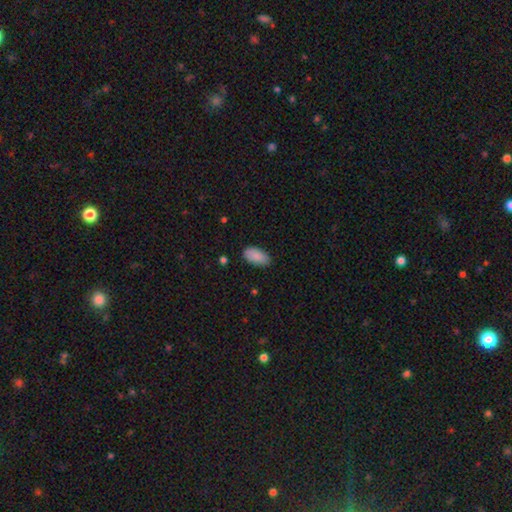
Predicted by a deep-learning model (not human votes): A smooth galaxy with no disk features (88%) that is in between round and cigar-shaped (95%). Merging: none (82%).